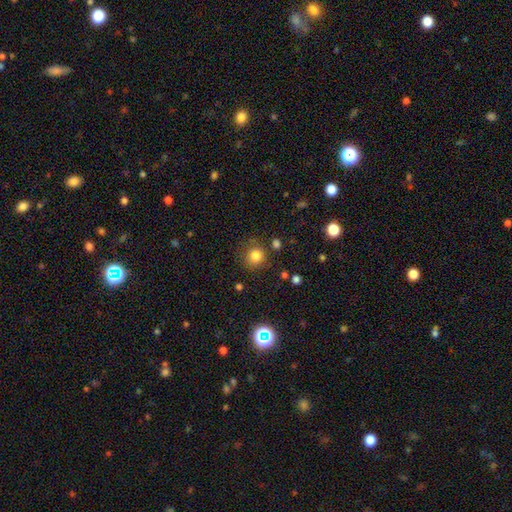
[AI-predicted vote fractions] This is clearly a smooth galaxy (81%). How rounded: clearly round (91%). Merging: likely none (78%).